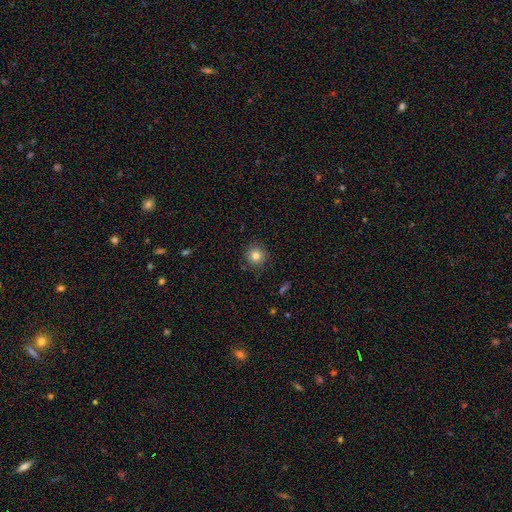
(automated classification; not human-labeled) Smooth or featured? Predicted: smooth (p=0.81). How rounded? Predicted: round (p=0.93). Merging? Predicted: none (p=0.86).